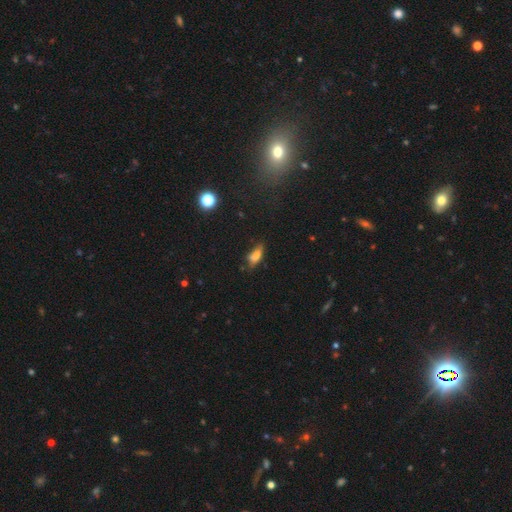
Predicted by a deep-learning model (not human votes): A smooth galaxy with no disk features (70%) that is in between round and cigar-shaped (72%).

Vote fractions:
- Smooth or featured? smooth: 70% / featured or disk: 17% / star or artifact: 12%
- How rounded? in between: 72% / cigar-shaped: 24% / round: 4%
- Merging? none: 51% / minor disturbance: 34% / major disturbance: 12% / merger: 4%